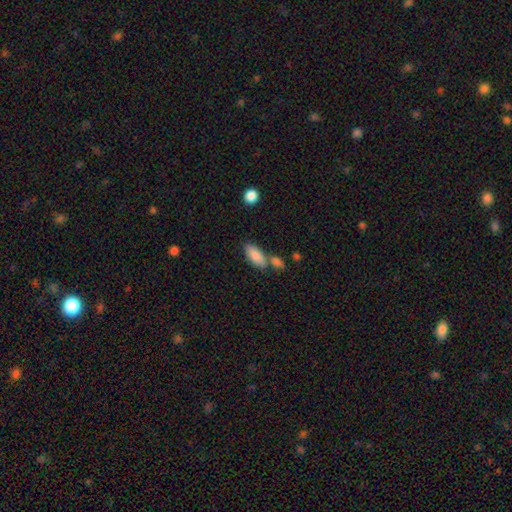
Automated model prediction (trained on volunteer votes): Morphology: type=smooth (85%); roundness=in between (84%); merging=none (54%).